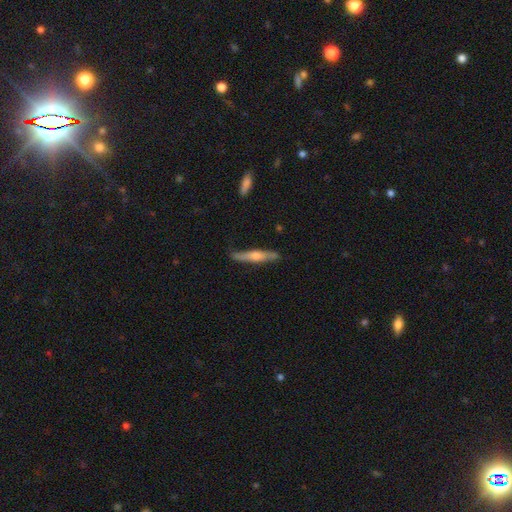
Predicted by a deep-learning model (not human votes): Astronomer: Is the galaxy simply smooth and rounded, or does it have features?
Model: featured or disk — 64%.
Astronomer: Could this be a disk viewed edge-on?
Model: yes — 92%.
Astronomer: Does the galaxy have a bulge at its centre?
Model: rounded — 81%.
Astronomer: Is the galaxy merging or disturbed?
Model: none — 83%.